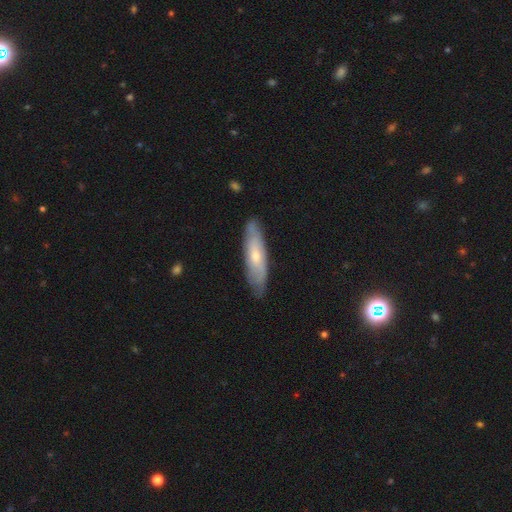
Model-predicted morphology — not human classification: Smooth or featured? smooth (50%)
Merging? none (81%)